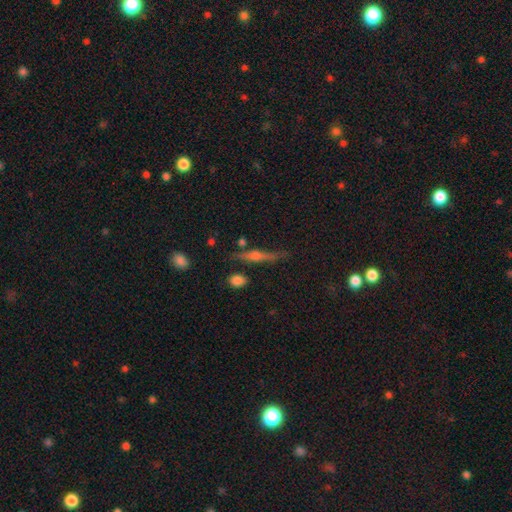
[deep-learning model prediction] A featured or disk galaxy (61%) viewed edge-on (90%) with a rounded central bulge (83%). Merging: none (73%).